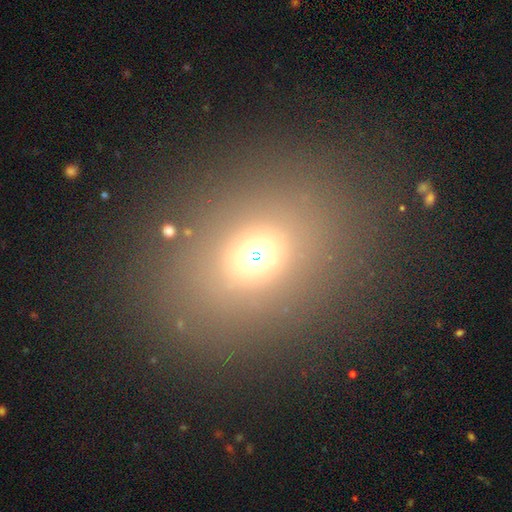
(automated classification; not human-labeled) Morphology: type=smooth (62%); roundness=in between (49%, tied with round); merging=none (81%).